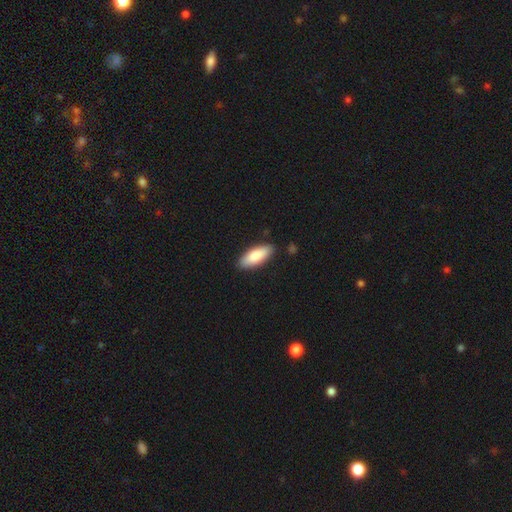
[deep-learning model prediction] smooth-or-featured: smooth: 85% | featured or disk: 10% | star or artifact: 5%
  how-rounded: in between: 74% | cigar-shaped: 24% | round: 2%
  merging: none: 87% | minor disturbance: 9% | major disturbance: 2% | merger: 2%